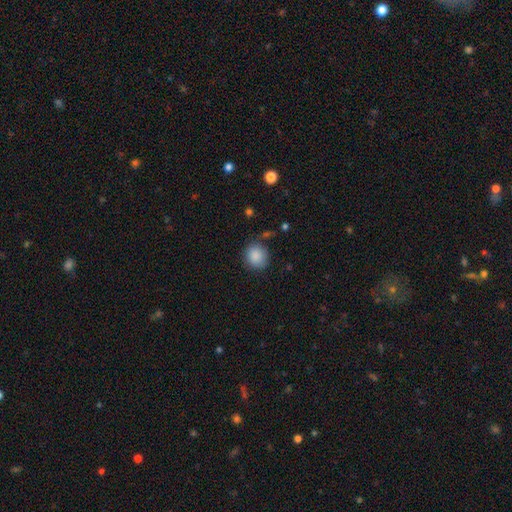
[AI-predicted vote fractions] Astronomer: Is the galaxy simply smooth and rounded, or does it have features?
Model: smooth — 88%.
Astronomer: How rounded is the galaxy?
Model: round — 83%.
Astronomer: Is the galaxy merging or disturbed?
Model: none — 79%.